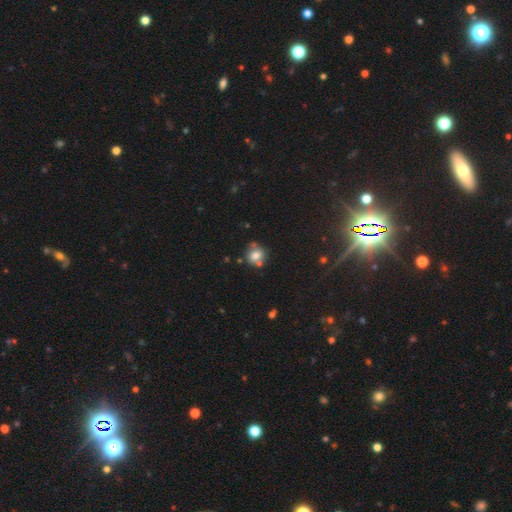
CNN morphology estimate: smooth-or-featured: smooth: 72% | featured or disk: 16% | star or artifact: 12%
  how-rounded: round: 74% | in between: 25% | cigar-shaped: 1%
  merging: none: 59% | merger: 20% | minor disturbance: 16% | major disturbance: 5%